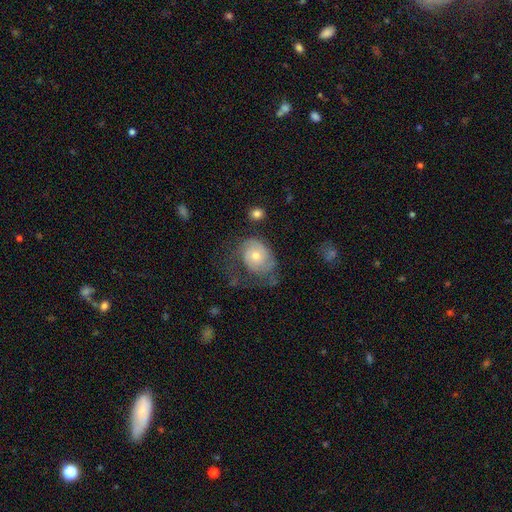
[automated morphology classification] The model was most divided on "merging": none: 37%, major disturbance: 34%, minor disturbance: 26%, merger: 3%. More confident: edge-on disk — no (97%); bar — no (81%); spiral arms — yes (78%); smooth or featured — featured or disk (57%); bulge size — moderate (54%).